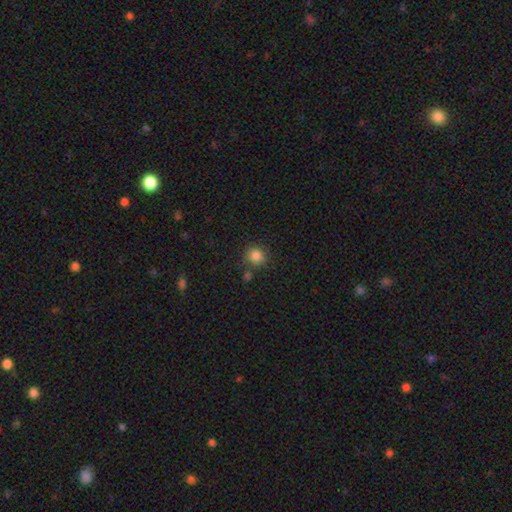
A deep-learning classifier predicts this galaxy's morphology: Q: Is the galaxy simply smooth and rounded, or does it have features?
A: smooth — 84%.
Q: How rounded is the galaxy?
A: round — 88%.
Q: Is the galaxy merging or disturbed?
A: none — 80%.